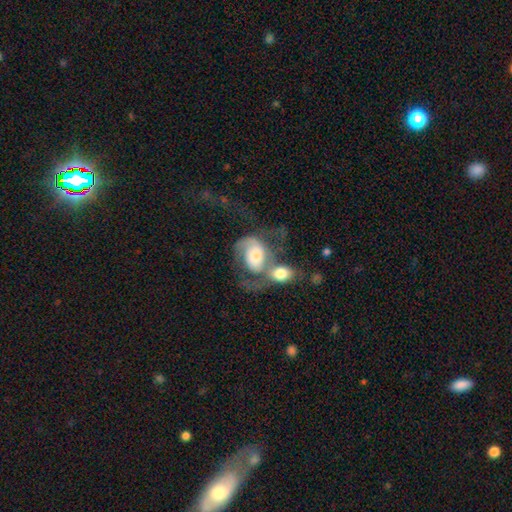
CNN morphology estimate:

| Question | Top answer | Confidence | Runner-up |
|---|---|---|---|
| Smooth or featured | featured or disk | 61% | smooth (32%) |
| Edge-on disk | no | 97% | yes (3%) |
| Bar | no | 64% | weak (27%) |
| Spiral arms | yes | 82% | no (18%) |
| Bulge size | moderate | 34% | large (27%) |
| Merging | merger | 58% | major disturbance (20%) |